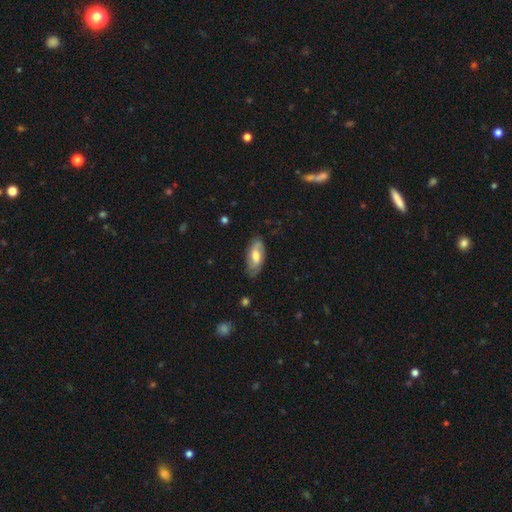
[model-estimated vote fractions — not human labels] Smooth or featured?
  - smooth: 48% *
  - featured or disk: 46%
  - star or artifact: 6%
Merging?
  - none: 79% *
  - minor disturbance: 16%
  - major disturbance: 4%
  - merger: 1%